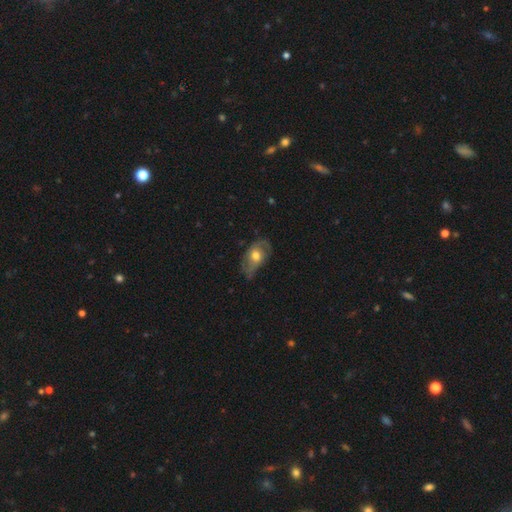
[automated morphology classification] smooth-or-featured: featured or disk: 58% | smooth: 36% | star or artifact: 7%
  disk-edge-on: no: 91% | yes: 9%
    bar: no: 73% | weak: 22% | strong: 5%
    has-spiral-arms: yes: 68% | no: 32%
    bulge-size: moderate: 70% | large: 16% | small: 12% | dominant: 1% | none: 1%
  merging: none: 55% | minor disturbance: 29% | major disturbance: 14% | merger: 2%